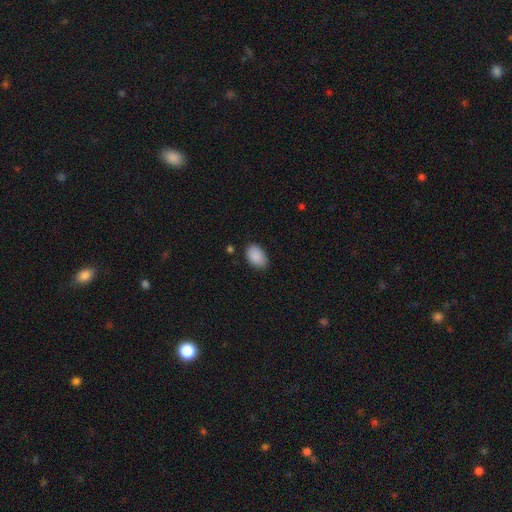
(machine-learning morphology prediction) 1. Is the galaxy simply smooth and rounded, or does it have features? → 90% smooth, 7% star or artifact, 3% featured or disk.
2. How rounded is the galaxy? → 90% in between, 9% round, 1% cigar-shaped.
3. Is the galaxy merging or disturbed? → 79% none, 17% minor disturbance, 3% major disturbance, 1% merger.